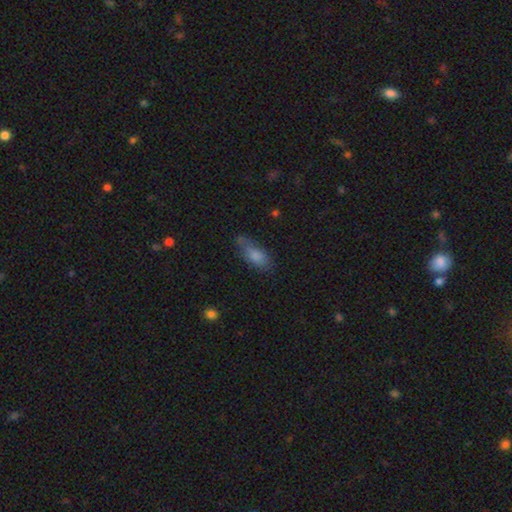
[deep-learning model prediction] Smooth or featured: smooth — 78% (featured or disk — 13%)
How rounded: in between — 81% (cigar-shaped — 16%)
Merging: none — 56% (minor disturbance — 30%)